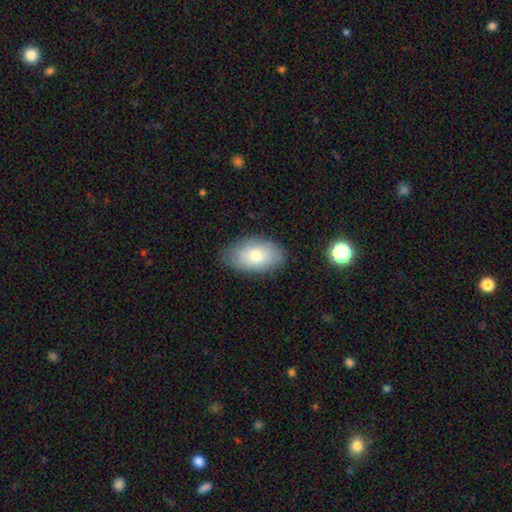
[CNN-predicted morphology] Smooth or featured? Predicted: smooth (p=0.78). How rounded? Predicted: in between (p=0.93). Merging? Predicted: none (p=0.82).